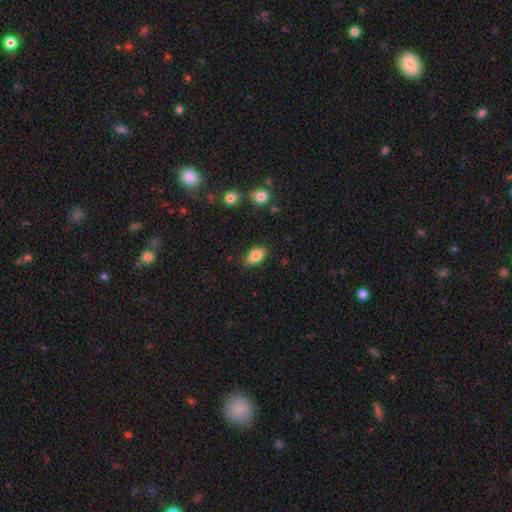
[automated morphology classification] A smooth galaxy with no disk features (83%) that is in between round and cigar-shaped (88%). Merging: none (72%).